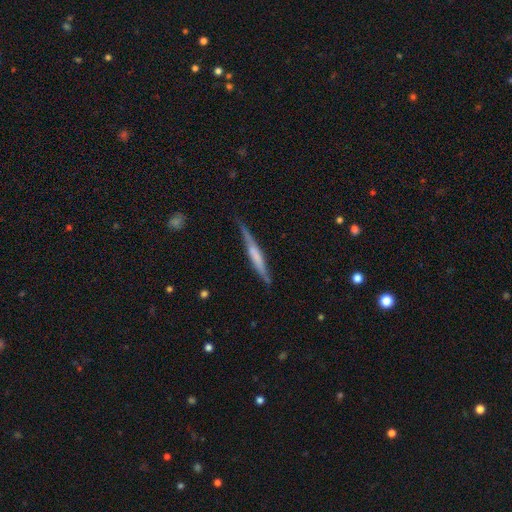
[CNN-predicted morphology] A featured or disk galaxy (56%) viewed edge-on (94%) with no central bulge (41%). Merging: none (76%).